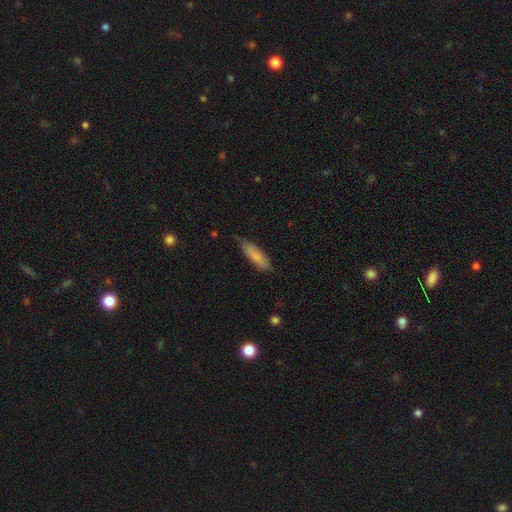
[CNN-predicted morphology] A smooth galaxy with no disk features (80%) that is cigar-shaped (66%). Merging: none (70%).